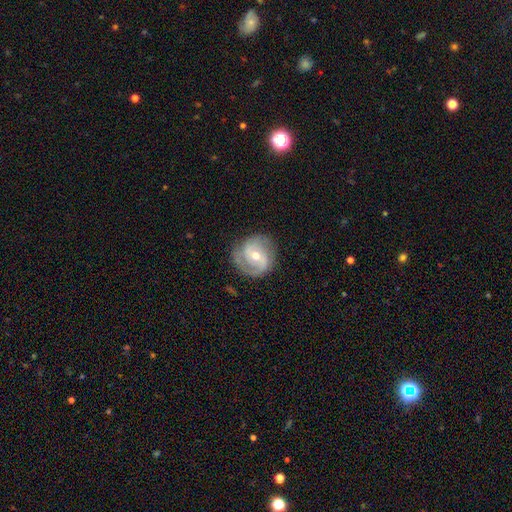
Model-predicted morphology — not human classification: smooth-or-featured: featured or disk: 79% | smooth: 15% | star or artifact: 6%
  disk-edge-on: no: 97% | yes: 3%
    bar: weak: 43% | no: 39% | strong: 18%
    has-spiral-arms: yes: 91% | no: 9%
      spiral-winding: medium: 44% | tight: 39% | loose: 18%
      spiral-arm-count: 2: 74% | can't tell: 11% | 1: 8% | 3: 5% | 4: 2% | more than 4: 2%
    bulge-size: moderate: 60% | small: 36% | large: 2% | none: 1% | dominant: 1%
  merging: none: 75% | minor disturbance: 17% | major disturbance: 7% | merger: 1%